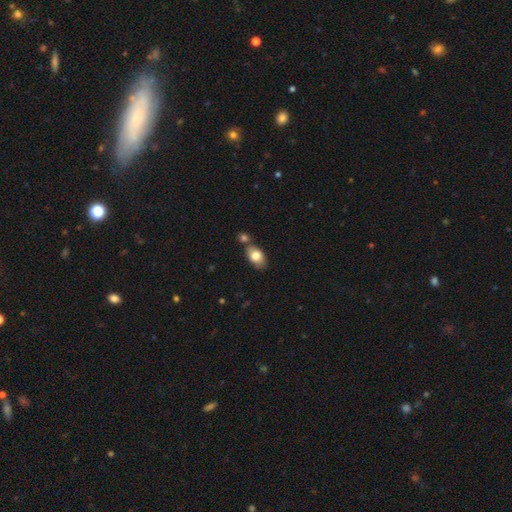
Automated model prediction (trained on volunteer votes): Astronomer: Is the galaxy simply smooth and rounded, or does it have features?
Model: smooth — 79%.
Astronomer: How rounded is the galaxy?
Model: in between — 87%.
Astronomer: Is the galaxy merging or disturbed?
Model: none — 57%.